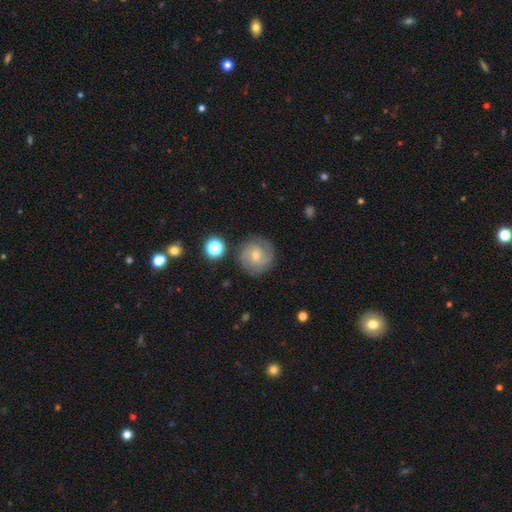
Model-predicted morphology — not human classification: Smooth or featured? Predicted: featured or disk (p=0.71). Edge-on disk? Predicted: no (p=0.98). Bar? Predicted: no (p=0.55). Spiral arms? Predicted: yes (p=0.94). Spiral winding? Predicted: tight (p=0.48). Spiral arm count? Predicted: 2 (p=0.49). Bulge size? Predicted: small (p=0.61). Merging? Predicted: none (p=0.82).